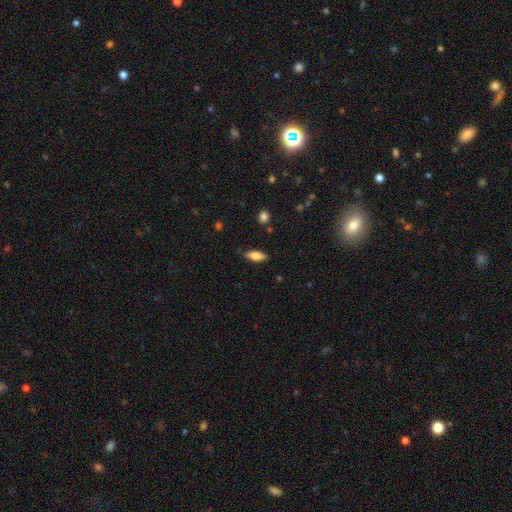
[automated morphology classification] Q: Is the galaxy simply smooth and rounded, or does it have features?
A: smooth — 74%.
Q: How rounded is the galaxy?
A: in between — 69%.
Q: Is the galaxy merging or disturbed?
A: none — 85%.